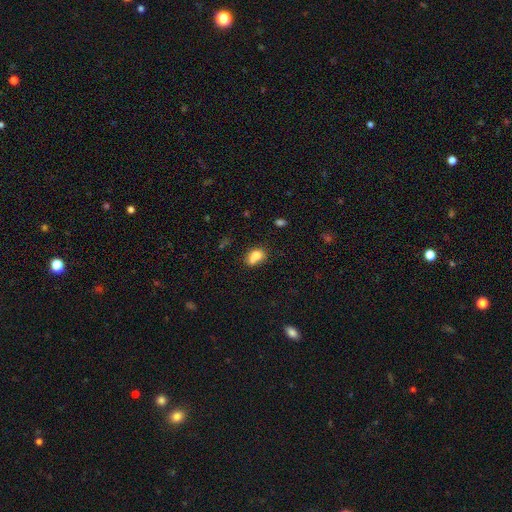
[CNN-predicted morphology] smooth 73%, featured or disk 16%, star or artifact 11%. Down the decision tree: how rounded — in between (50%); merging — merger (52%).